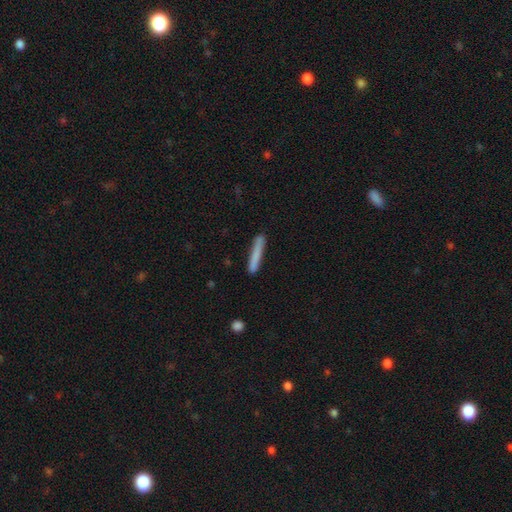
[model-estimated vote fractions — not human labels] Morphology: type=smooth (78%); roundness=cigar-shaped (96%); merging=none (85%).